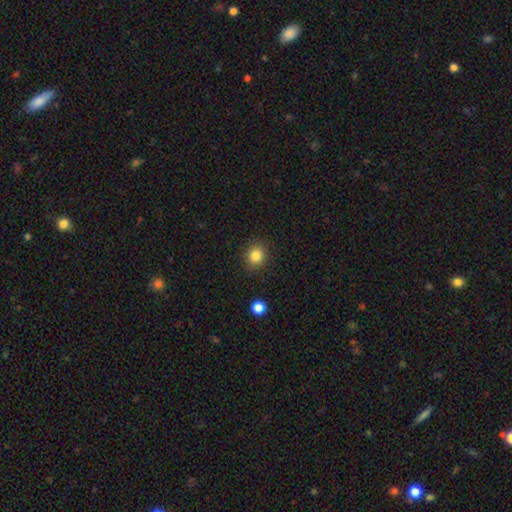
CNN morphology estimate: A smooth galaxy with no disk features (83%) that is round (81%).

Vote fractions:
- Smooth or featured? smooth: 83% / star or artifact: 11% / featured or disk: 6%
- How rounded? round: 81% / in between: 18% / cigar-shaped: 1%
- Merging? none: 89% / minor disturbance: 7% / major disturbance: 2% / merger: 1%